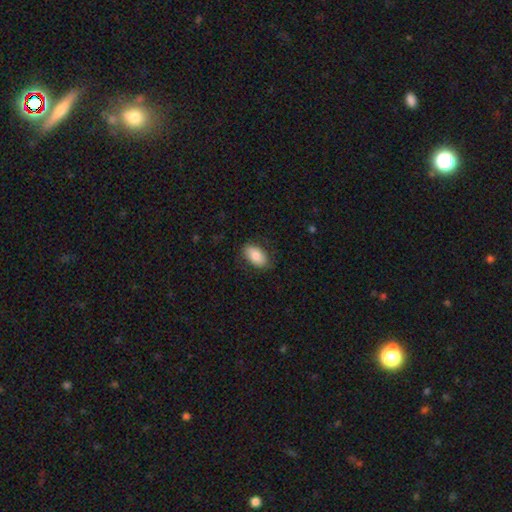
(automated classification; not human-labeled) Smooth or featured?
  - smooth: 80% *
  - featured or disk: 13%
  - star or artifact: 6%
How rounded?
  - in between: 93% *
  - round: 5%
  - cigar-shaped: 2%
Merging?
  - none: 80% *
  - minor disturbance: 15%
  - major disturbance: 4%
  - merger: 1%